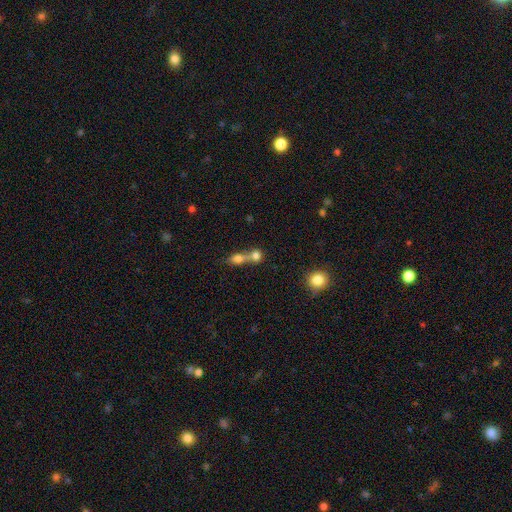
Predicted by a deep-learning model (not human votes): Smooth or featured?
  - smooth: 74% *
  - featured or disk: 15%
  - star or artifact: 11%
How rounded?
  - round: 60% *
  - in between: 34%
  - cigar-shaped: 5%
Merging?
  - merger: 65% *
  - none: 25%
  - minor disturbance: 6%
  - major disturbance: 4%